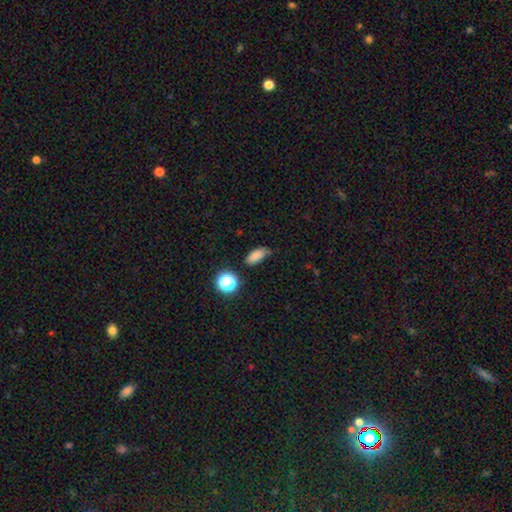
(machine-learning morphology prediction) A smooth galaxy with no disk features (81%) that is in between round and cigar-shaped (83%). Merging: none (65%).